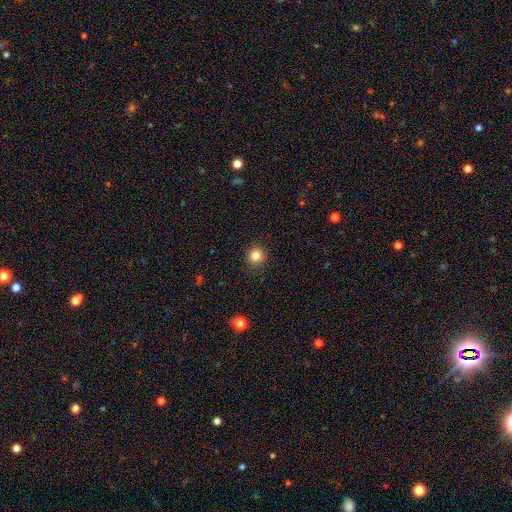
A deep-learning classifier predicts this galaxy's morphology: The model was most divided on "smooth or featured": smooth: 83%, star or artifact: 12%, featured or disk: 5%. More confident: how rounded — round (92%); merging — none (90%).